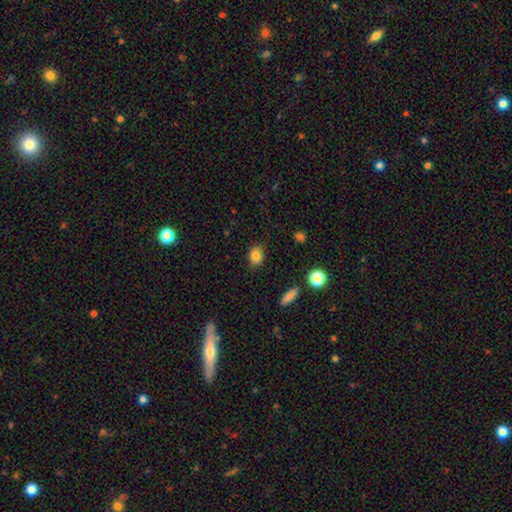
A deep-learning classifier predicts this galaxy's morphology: Smooth or featured? Predicted: smooth (p=0.84). How rounded? Predicted: in between (p=0.58). Merging? Predicted: none (p=0.83).